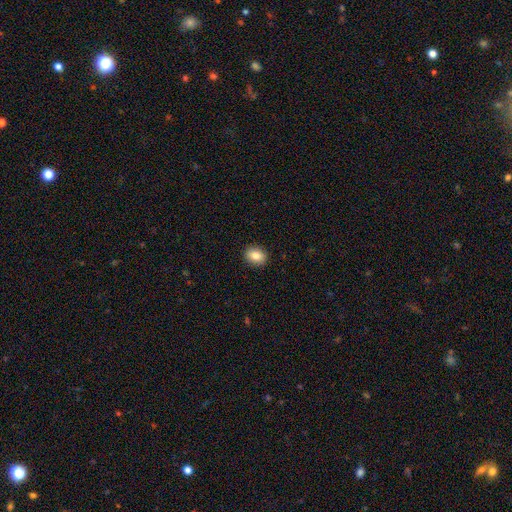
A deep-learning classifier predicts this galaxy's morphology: This appears to be a smooth galaxy with no disk features (84%) that is in between round and cigar-shaped (52%). Merging: none (91%).